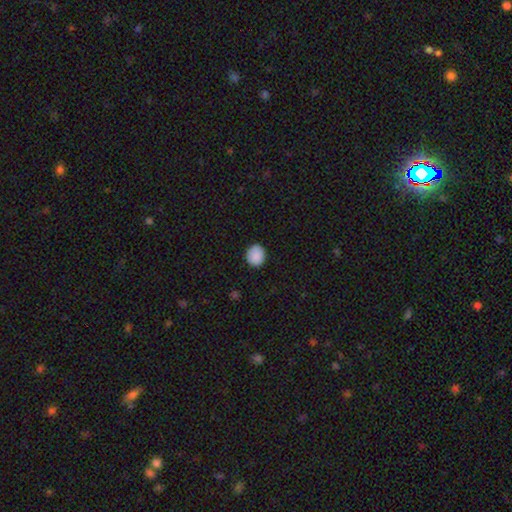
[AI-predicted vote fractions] smooth_or_featured: smooth (p=0.88) [alt: star or artifact p=0.08]
how_rounded: round (p=0.79) [alt: in between p=0.20]
merging: none (p=0.87) [alt: minor disturbance p=0.10]